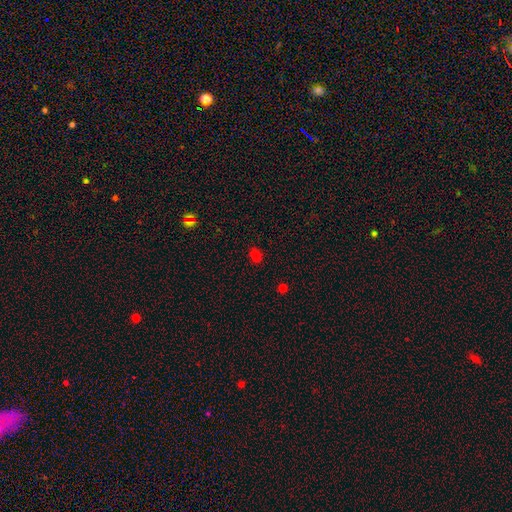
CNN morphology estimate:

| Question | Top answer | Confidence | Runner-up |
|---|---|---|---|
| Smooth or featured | smooth | 75% | star or artifact (20%) |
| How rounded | in between | 53% | round (45%) |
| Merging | none | 85% | minor disturbance (11%) |